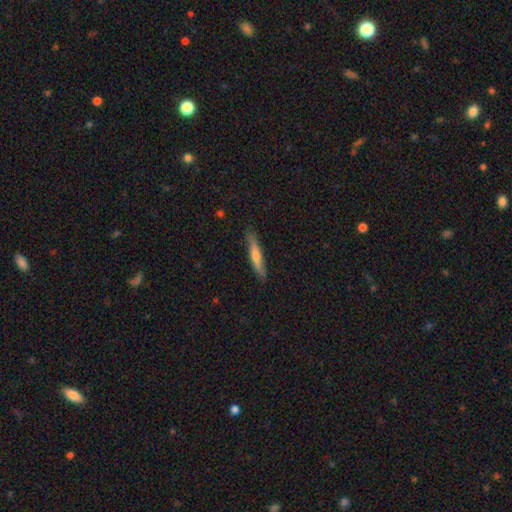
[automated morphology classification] A featured or disk galaxy (48%). Merging: none (87%).